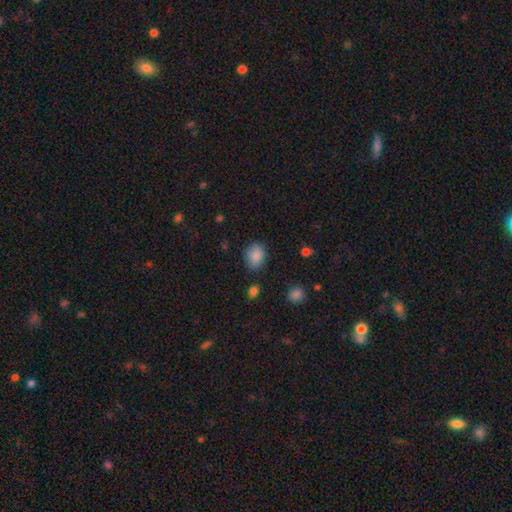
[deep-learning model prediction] smooth-or-featured: smooth: 86% | star or artifact: 9% | featured or disk: 5%
  how-rounded: in between: 56% | round: 43% | cigar-shaped: 1%
  merging: none: 80% | minor disturbance: 14% | major disturbance: 3% | merger: 2%